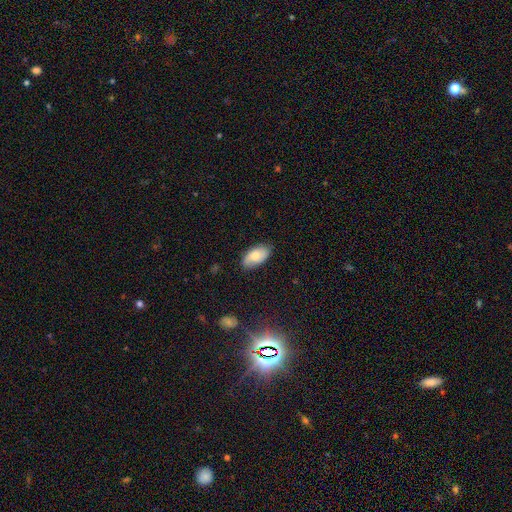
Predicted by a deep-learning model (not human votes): Q: Smooth or featured?
A: smooth (65%); runner-up: featured or disk (28%)
Q: How rounded?
A: in between (94%); runner-up: round (4%)
Q: Merging?
A: none (77%); runner-up: minor disturbance (18%)